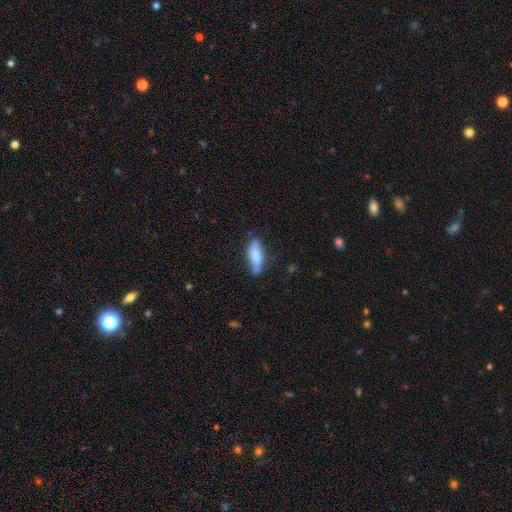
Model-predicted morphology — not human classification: A smooth galaxy with no disk features (74%) that is in between round and cigar-shaped (53%).

Vote fractions:
- Smooth or featured? smooth: 74% / featured or disk: 19% / star or artifact: 6%
- How rounded? in between: 53% / cigar-shaped: 45% / round: 2%
- Merging? none: 62% / minor disturbance: 25% / merger: 7% / major disturbance: 6%